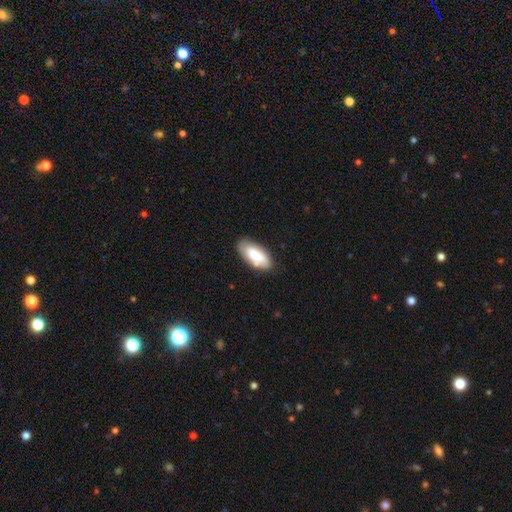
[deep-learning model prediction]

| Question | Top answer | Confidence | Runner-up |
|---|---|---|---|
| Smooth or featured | smooth | 83% | featured or disk (11%) |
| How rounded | in between | 88% | cigar-shaped (10%) |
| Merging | none | 80% | minor disturbance (15%) |